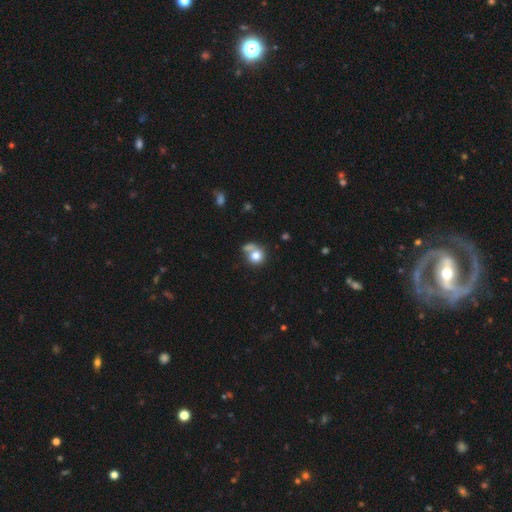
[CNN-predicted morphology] smooth-or-featured: smooth: 77% | featured or disk: 13% | star or artifact: 10%
  how-rounded: round: 82% | in between: 17% | cigar-shaped: 1%
  merging: none: 44% | merger: 32% | minor disturbance: 14% | major disturbance: 10%